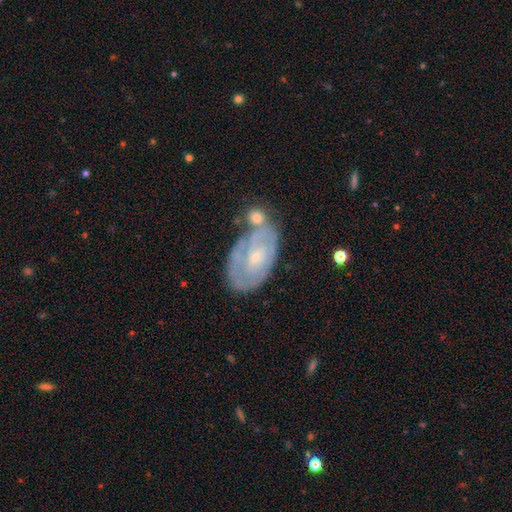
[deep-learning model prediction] Overall: featured or disk (67%). Edge-on disk: no (94%). Bar: no (73%). Spiral arms: yes (66%; no 34%). Bulge size: small (73%). Merging: none (44%; minor disturbance 23%).